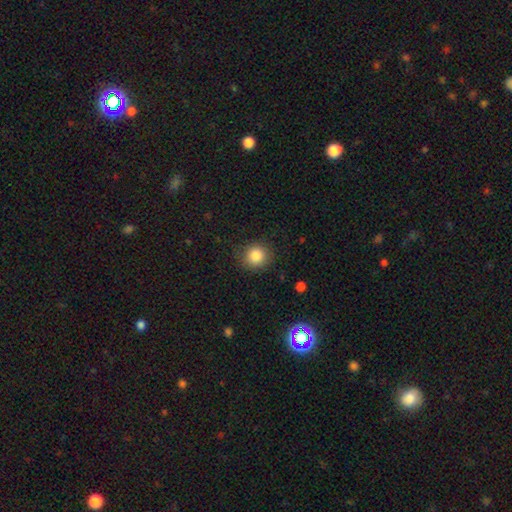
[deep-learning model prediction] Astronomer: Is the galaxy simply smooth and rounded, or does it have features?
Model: smooth — 85%.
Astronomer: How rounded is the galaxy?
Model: round — 89%.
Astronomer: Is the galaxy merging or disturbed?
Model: none — 86%.